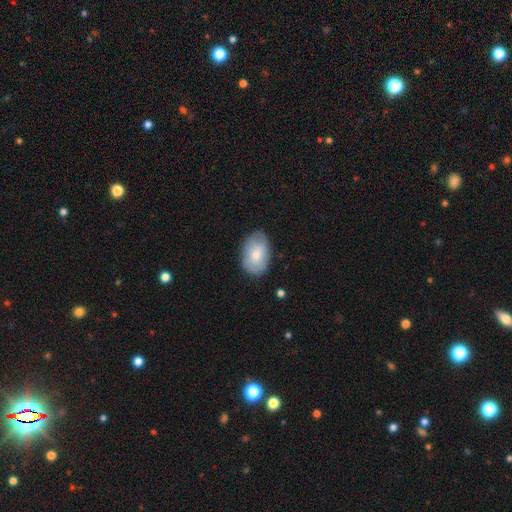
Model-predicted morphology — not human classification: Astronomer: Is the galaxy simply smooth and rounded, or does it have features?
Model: smooth — 73%.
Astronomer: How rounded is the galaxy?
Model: in between — 88%.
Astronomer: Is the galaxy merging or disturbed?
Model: none — 78%.